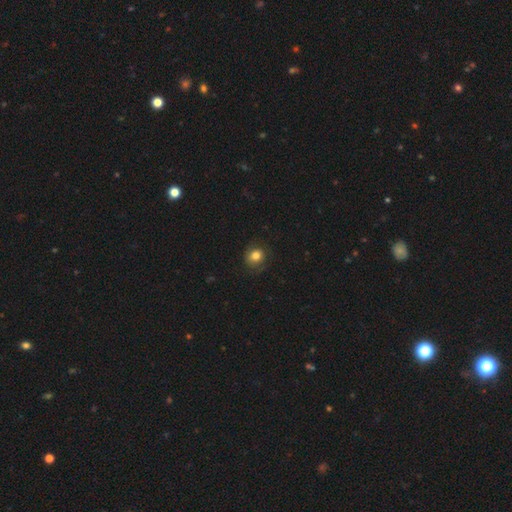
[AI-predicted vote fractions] Q: Smooth or featured?
A: smooth (80%); runner-up: star or artifact (10%)
Q: How rounded?
A: round (79%); runner-up: in between (20%)
Q: Merging?
A: none (79%); runner-up: minor disturbance (15%)